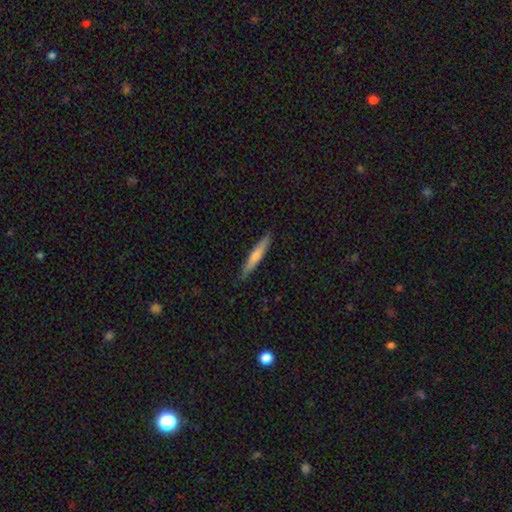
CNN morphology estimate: This is possibly a smooth galaxy (51%). How rounded: clearly cigar-shaped (94%). Merging: clearly none (90%).